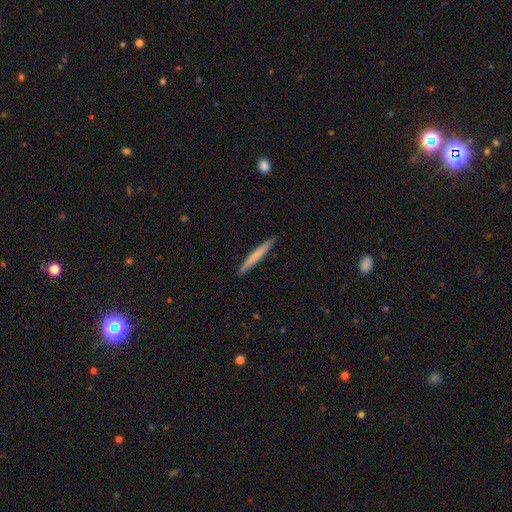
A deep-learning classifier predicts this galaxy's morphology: Smooth or featured? smooth (69%)
How rounded? cigar-shaped (97%)
Merging? none (91%)